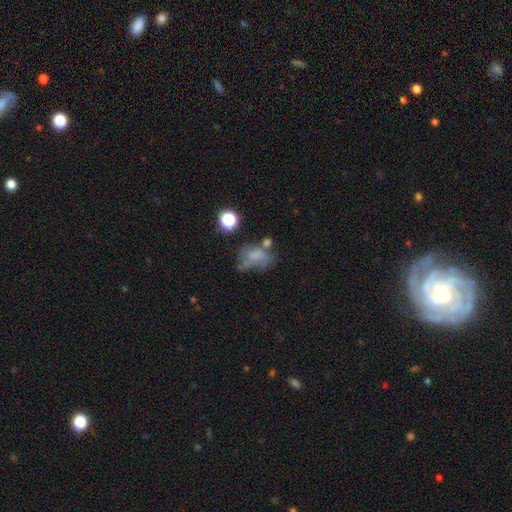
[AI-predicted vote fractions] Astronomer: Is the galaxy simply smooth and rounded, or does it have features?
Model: smooth — 49% (runner-up: featured or disk, 33%).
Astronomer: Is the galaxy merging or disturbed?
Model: major disturbance — 32% (runner-up: none, 29%).